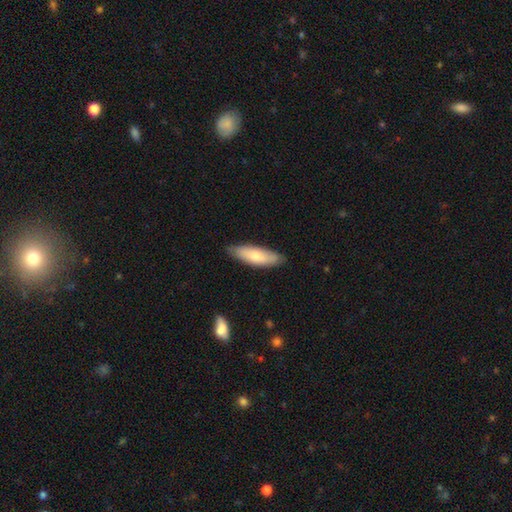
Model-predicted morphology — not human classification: Q: Smooth or featured?
A: smooth (75%); runner-up: featured or disk (20%)
Q: How rounded?
A: in between (54%); runner-up: cigar-shaped (45%)
Q: Merging?
A: none (82%); runner-up: minor disturbance (15%)